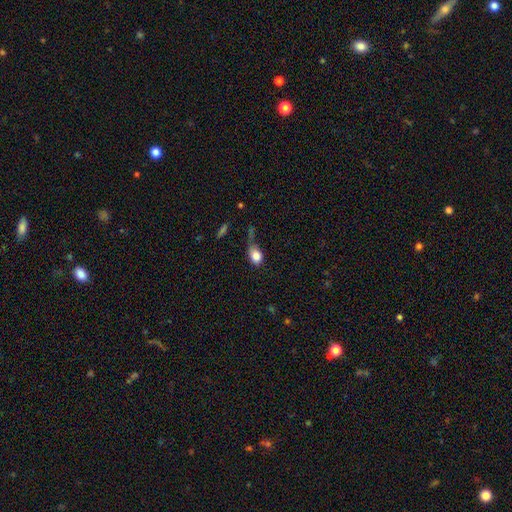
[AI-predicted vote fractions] smooth_or_featured: smooth (p=0.82) [alt: featured or disk p=0.10]
how_rounded: in between (p=0.68) [alt: round p=0.30]
merging: none (p=0.33) [alt: major disturbance p=0.29]